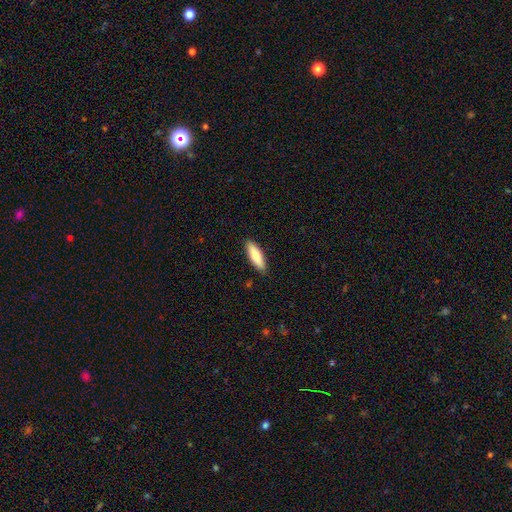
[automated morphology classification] smooth_or_featured: smooth (p=0.75) [alt: featured or disk p=0.20]
how_rounded: cigar-shaped (p=0.49) [tied with: in between p=0.49]
merging: none (p=0.89) [alt: minor disturbance p=0.08]